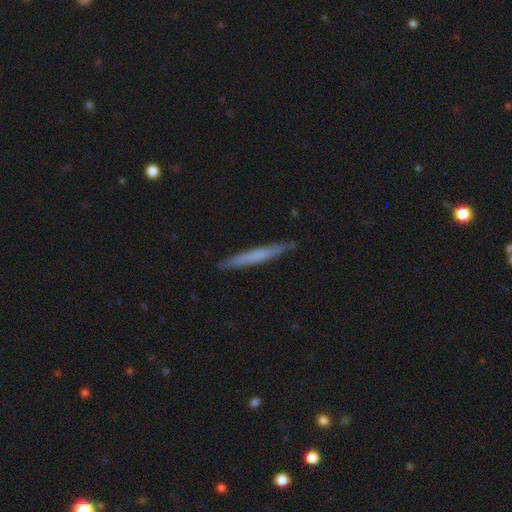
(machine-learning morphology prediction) Smooth or featured: smooth — 57% (featured or disk — 38%)
How rounded: cigar-shaped — 96% (in between — 2%)
Merging: none — 89% (minor disturbance — 8%)